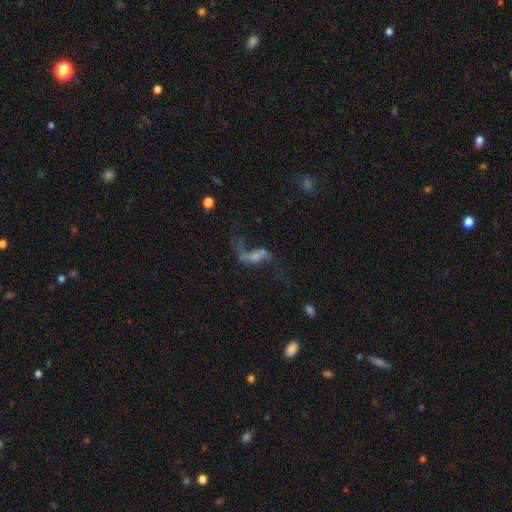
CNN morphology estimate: Q: Smooth or featured?
A: featured or disk (57%); runner-up: smooth (28%)
Q: Edge-on disk?
A: no (90%); runner-up: yes (10%)
Q: Bar?
A: no (61%); runner-up: weak (26%)
Q: Spiral arms?
A: yes (53%); runner-up: no (47%)
Q: Bulge size?
A: none (49%); runner-up: small (28%)
Q: Merging?
A: major disturbance (39%); runner-up: none (28%)